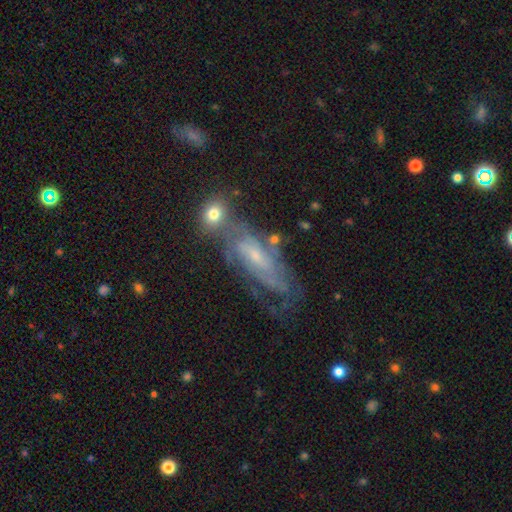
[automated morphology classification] The model was most divided on "spiral winding": tight: 55%, medium: 34%, loose: 12%. Remaining: edge-on disk — no (87%); spiral arms — yes (86%); smooth or featured — featured or disk (75%); bulge size — small (71%); bar — no (56%); spiral arm count — can't tell (54%); merging — none (46%).